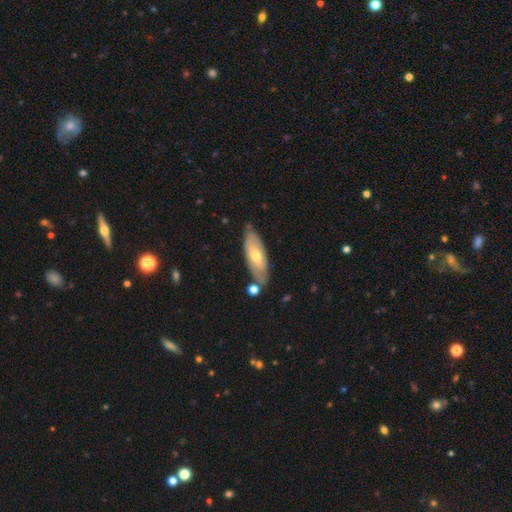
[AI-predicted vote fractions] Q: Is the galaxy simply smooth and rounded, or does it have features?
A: smooth — 52%.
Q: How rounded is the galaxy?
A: in between — 66%.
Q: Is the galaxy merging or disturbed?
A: none — 72%.